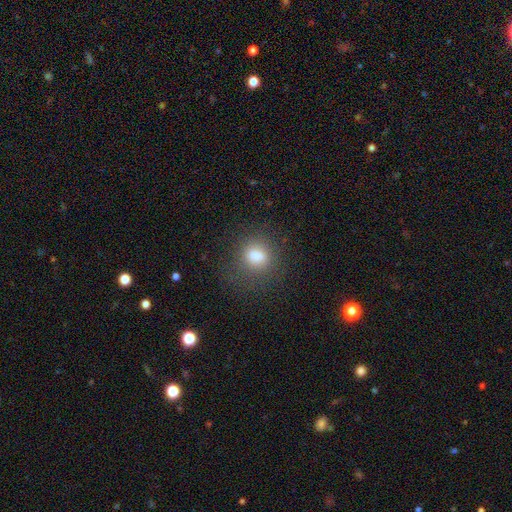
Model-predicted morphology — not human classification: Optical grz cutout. It shows a smooth galaxy with no disk features (77%) that is round (71%). Merging: none (67%).